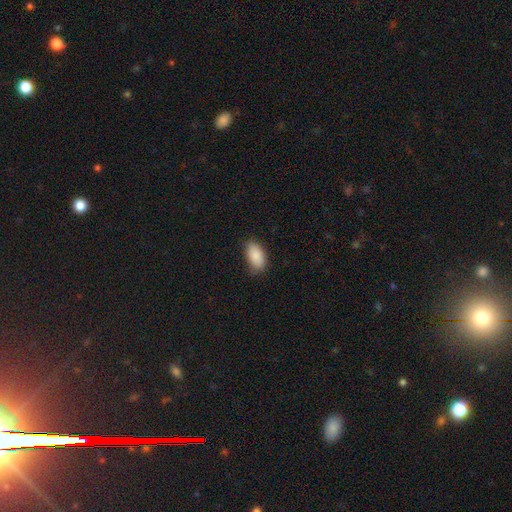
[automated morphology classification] The model was most divided on "merging": none: 79%, minor disturbance: 17%, major disturbance: 3%, merger: 1%. More confident: how rounded — in between (94%); smooth or featured — smooth (89%).